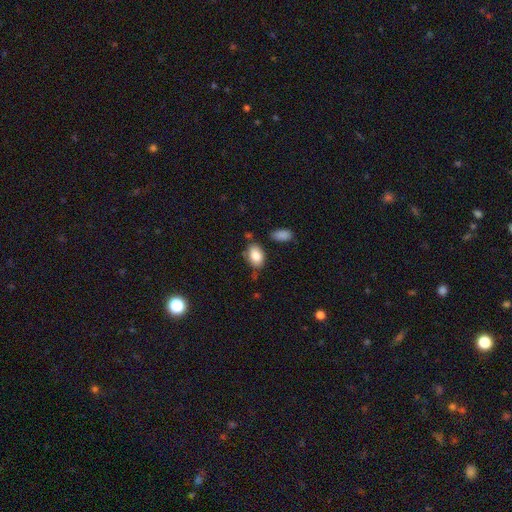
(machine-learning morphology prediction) smooth 85%, featured or disk 8%, star or artifact 7%. Down the decision tree: how rounded — in between (85%); merging — none (68%).